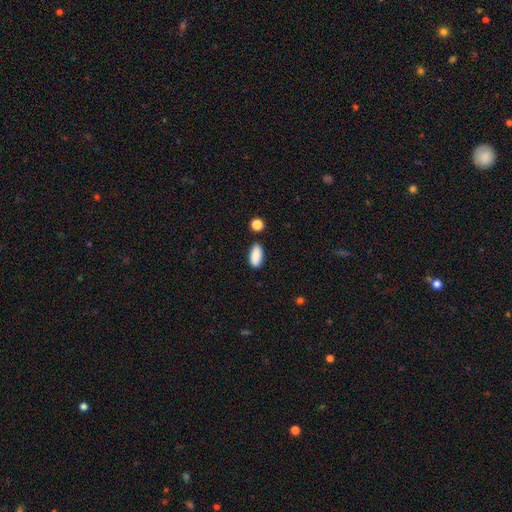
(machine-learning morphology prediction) Q: Smooth or featured?
A: smooth (89%); runner-up: star or artifact (7%)
Q: How rounded?
A: in between (88%); runner-up: cigar-shaped (9%)
Q: Merging?
A: none (84%); runner-up: minor disturbance (10%)